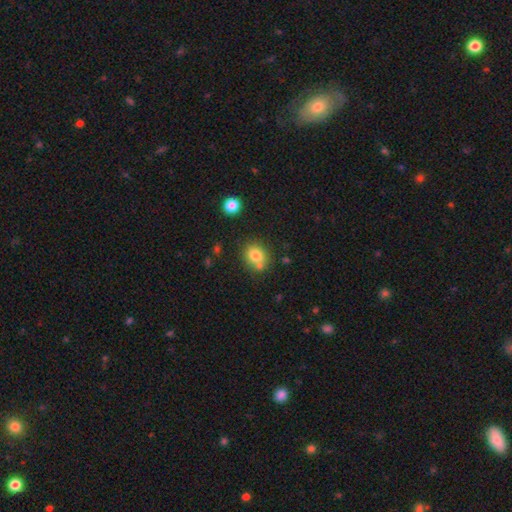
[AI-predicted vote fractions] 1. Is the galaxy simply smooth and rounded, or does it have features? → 79% smooth, 11% star or artifact, 10% featured or disk.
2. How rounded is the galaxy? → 71% round, 28% in between, 1% cigar-shaped.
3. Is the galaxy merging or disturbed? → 66% none, 17% merger, 13% minor disturbance, 4% major disturbance.